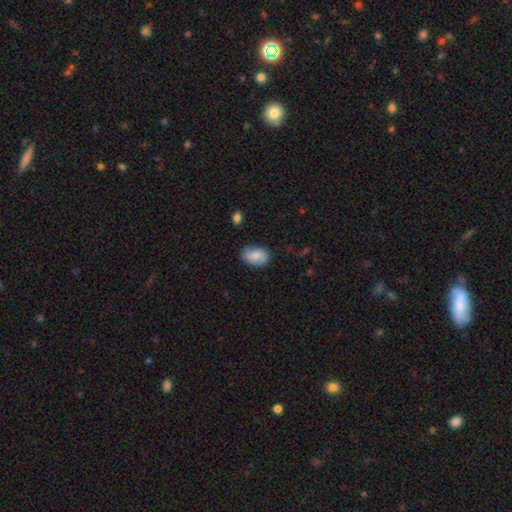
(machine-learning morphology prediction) type=smooth (74%); roundness=in between (84%); merging=none (75%).